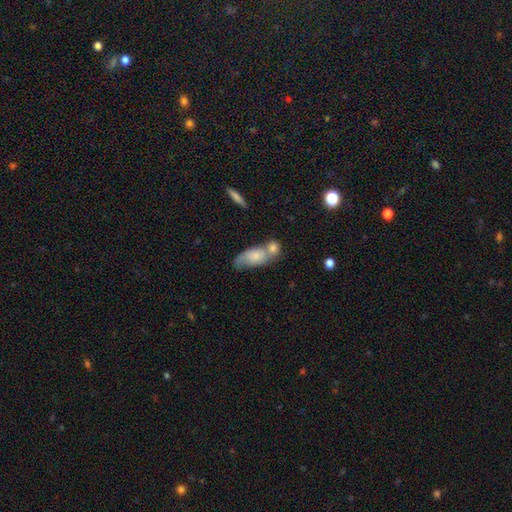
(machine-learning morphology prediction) Q: Smooth or featured?
A: smooth (67%); runner-up: featured or disk (25%)
Q: How rounded?
A: in between (79%); runner-up: cigar-shaped (14%)
Q: Merging?
A: merger (51%); runner-up: none (28%)